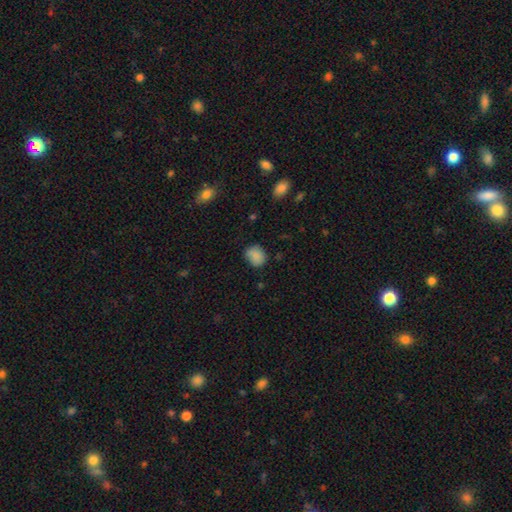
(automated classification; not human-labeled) A smooth galaxy with no disk features (85%) that is round (60%). Merging: none (70%).